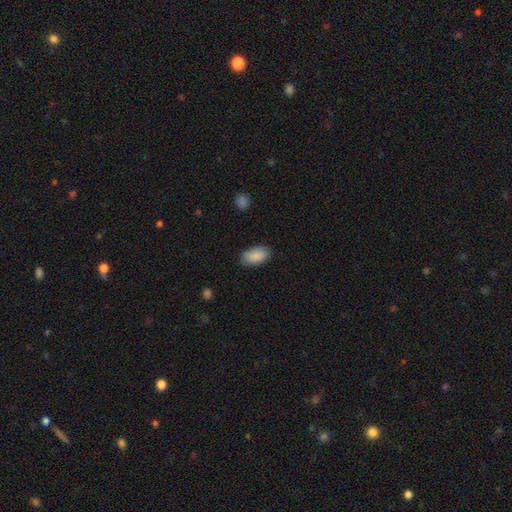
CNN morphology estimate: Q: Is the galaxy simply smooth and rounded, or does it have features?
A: smooth — 89%.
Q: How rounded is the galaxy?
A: in between — 94%.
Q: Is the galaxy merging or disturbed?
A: none — 83%.